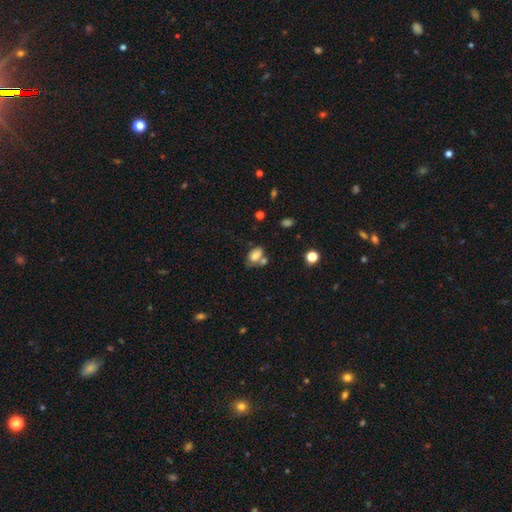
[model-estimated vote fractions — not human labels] The model was most divided on "merging": none: 39%, merger: 34%, minor disturbance: 19%, major disturbance: 8%. More confident: how rounded — in between (85%); smooth or featured — smooth (73%).